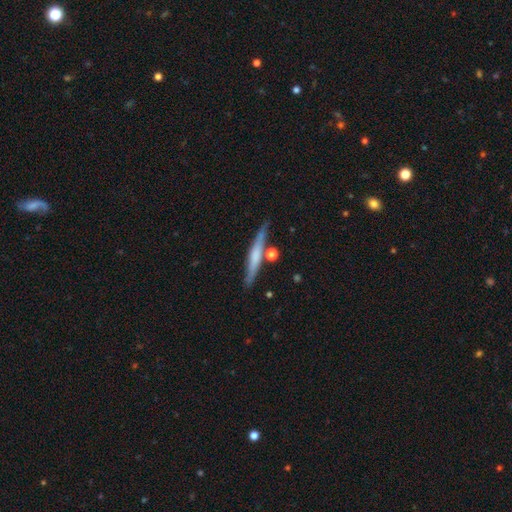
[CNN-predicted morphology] The model was most divided on "smooth or featured": featured or disk: 50%, smooth: 44%, star or artifact: 6%. More confident: merging — none (74%).